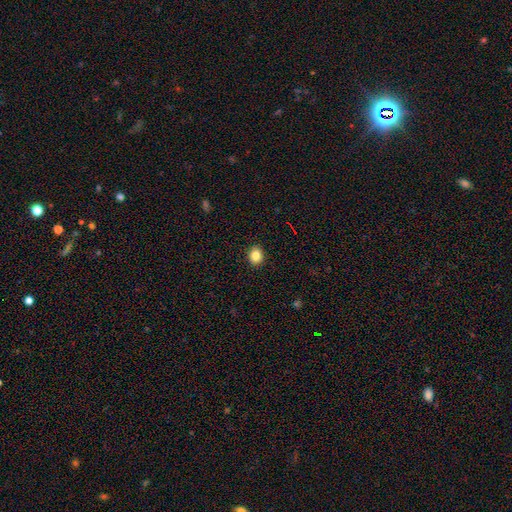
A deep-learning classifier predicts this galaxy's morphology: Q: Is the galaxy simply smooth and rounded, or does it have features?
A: smooth — 84%.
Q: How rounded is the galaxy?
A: round — 65%.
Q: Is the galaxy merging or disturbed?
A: none — 91%.